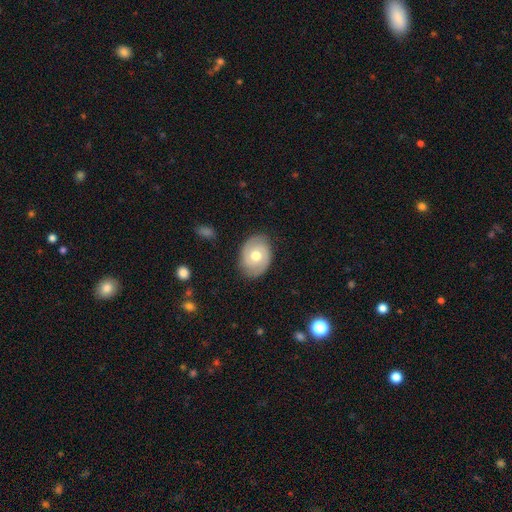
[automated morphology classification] Smooth or featured: featured or disk — 54% (smooth — 39%)
Edge-on disk: no — 95% (yes — 5%)
Bar: no — 77% (weak — 20%)
Spiral arms: yes — 71% (no — 29%)
Bulge size: moderate — 79% (small — 11%)
Merging: none — 81% (minor disturbance — 14%)